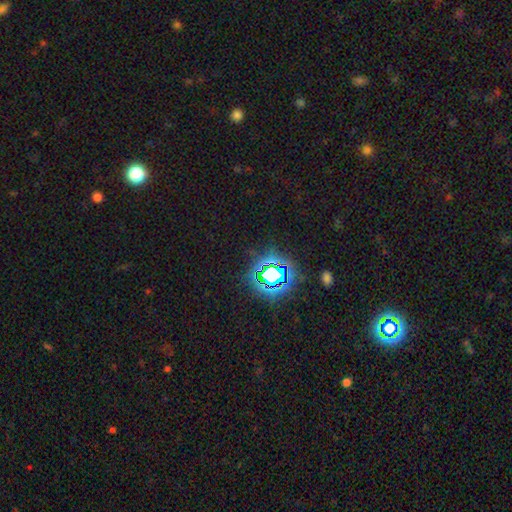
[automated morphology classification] smooth_or_featured: star or artifact (p=0.78) [alt: smooth p=0.15]